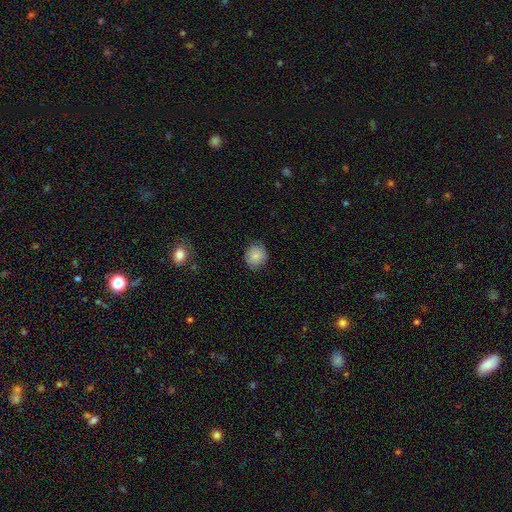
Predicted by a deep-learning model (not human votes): This is clearly a smooth galaxy (84%). How rounded: clearly round (83%). Merging: clearly none (80%).